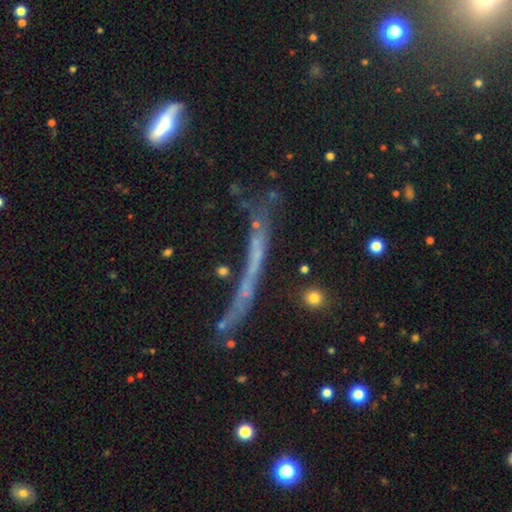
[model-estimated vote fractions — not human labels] Smooth or featured: featured or disk — 43% (smooth — 37%)
Merging: none — 56% (minor disturbance — 18%)